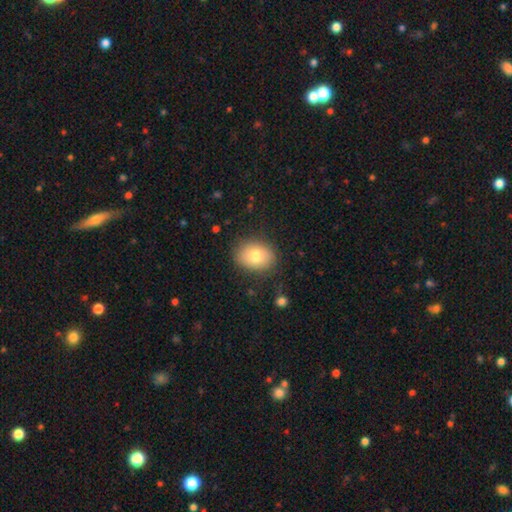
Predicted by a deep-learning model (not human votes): Smooth or featured? smooth (78%)
How rounded? in between (61%)
Merging? none (84%)